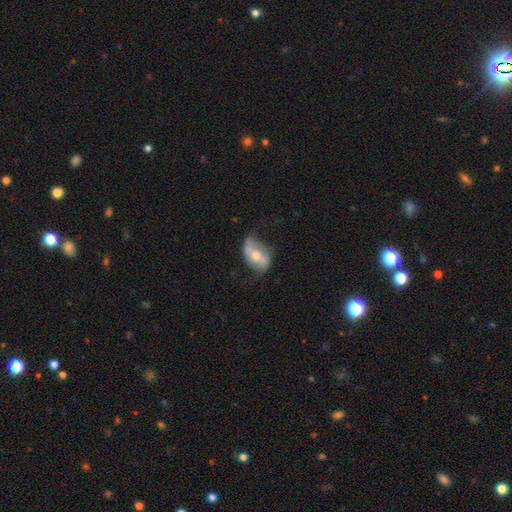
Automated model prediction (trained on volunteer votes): Smooth or featured? featured or disk (61%)
Edge-on disk? no (91%)
Bar? strong (37%)
Spiral arms? yes (66%)
Bulge size? moderate (64%)
Merging? none (59%)